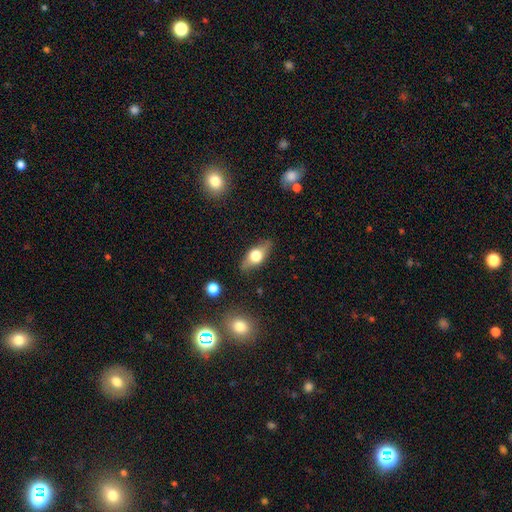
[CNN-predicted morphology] A smooth galaxy with no disk features (53%) that is in between round and cigar-shaped (73%). Merging: none (82%).